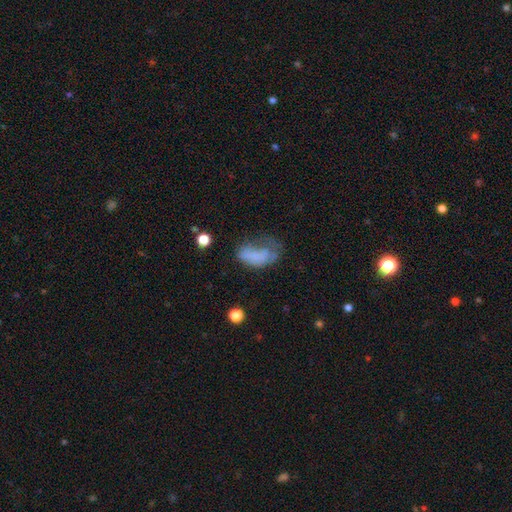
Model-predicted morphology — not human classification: smooth 61%, featured or disk 27%, star or artifact 12%. Down the decision tree: how rounded — in between (89%); merging — major disturbance (45%).